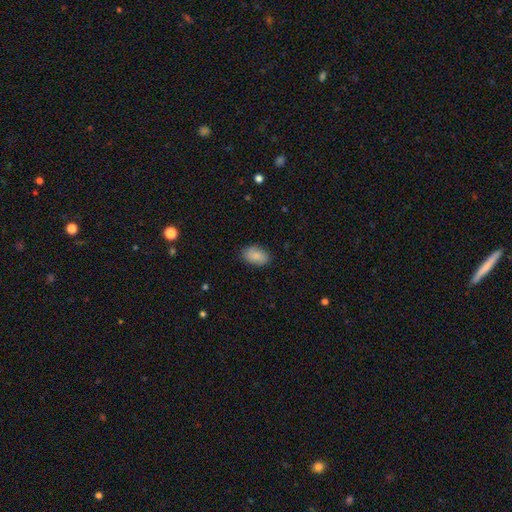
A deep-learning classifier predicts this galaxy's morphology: Overall: smooth (88%). How rounded: in between (92%). Merging: none (86%).